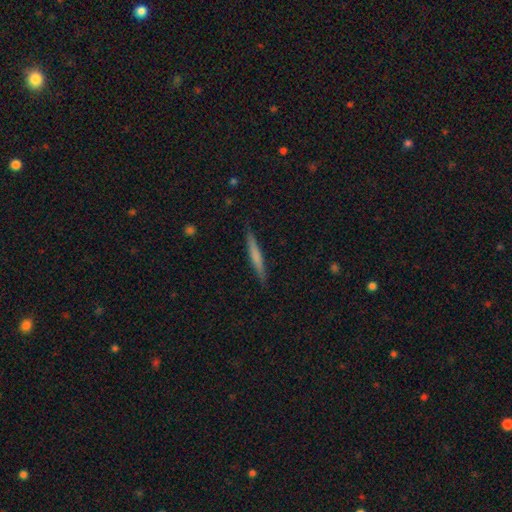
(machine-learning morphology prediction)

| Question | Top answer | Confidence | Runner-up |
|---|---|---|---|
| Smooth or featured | smooth | 56% | featured or disk (38%) |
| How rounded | cigar-shaped | 96% | in between (3%) |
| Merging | none | 89% | minor disturbance (8%) |